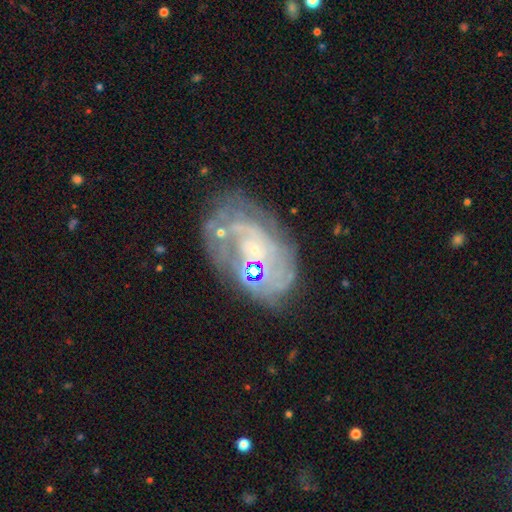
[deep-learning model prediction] Smooth or featured?
  - featured or disk: 77% *
  - smooth: 14%
  - star or artifact: 9%
Edge-on disk?
  - no: 97% *
  - yes: 3%
Bar?
  - no: 67% *
  - weak: 26%
  - strong: 6%
Spiral arms?
  - yes: 81% *
  - no: 19%
Spiral winding?
  - tight: 56% *
  - medium: 31%
  - loose: 13%
Spiral arm count?
  - can't tell: 43% *
  - 2: 27%
  - 3: 11%
  - 4: 6%
  - 1: 6%
  - more than 4: 5%
Bulge size?
  - small: 63% *
  - moderate: 21%
  - none: 12%
  - large: 3%
  - dominant: 1%
Merging?
  - none: 62% *
  - minor disturbance: 20%
  - major disturbance: 12%
  - merger: 6%